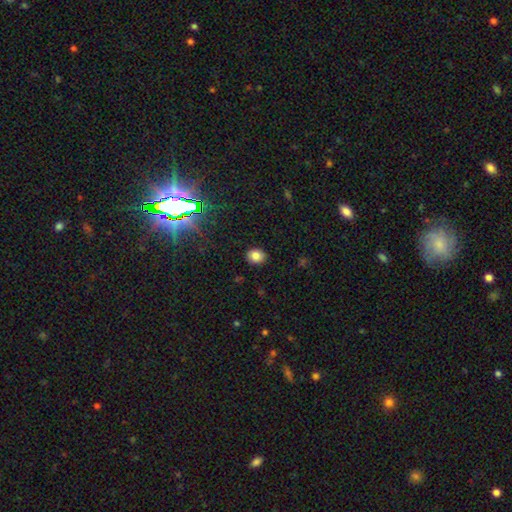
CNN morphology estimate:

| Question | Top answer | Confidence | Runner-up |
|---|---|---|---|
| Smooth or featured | smooth | 80% | star or artifact (13%) |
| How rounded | round | 59% | in between (40%) |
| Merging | none | 89% | minor disturbance (8%) |